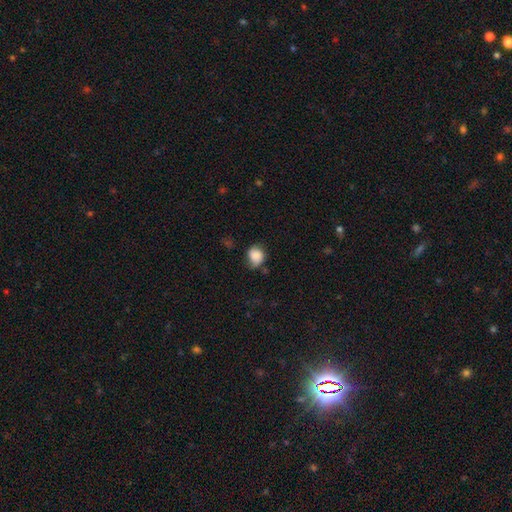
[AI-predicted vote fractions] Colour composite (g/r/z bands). It shows a smooth galaxy with no disk features (77%) that is round (61%). Merging: none (53%).